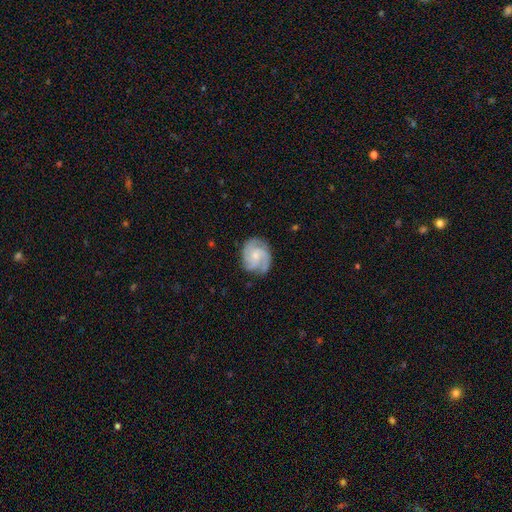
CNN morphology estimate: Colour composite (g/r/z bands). It shows a featured or disk galaxy (82%) with no bar (67%), 3 (59%) tight (47%) spiral arms (97%) and a small central bulge (59%). Merging: none (75%).